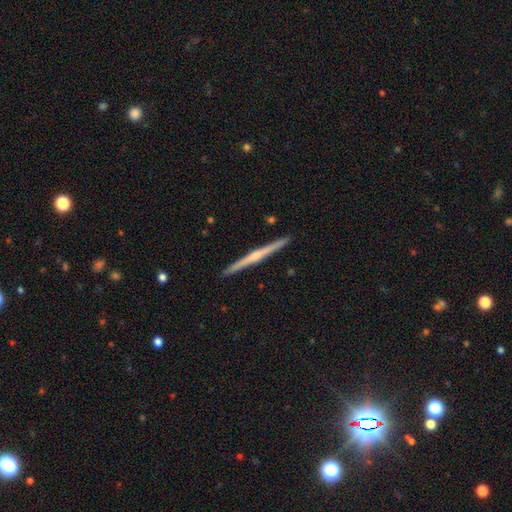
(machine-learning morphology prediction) Overall: featured or disk (76%). Edge-on disk: yes (99%). Edge-on bulge: rounded (68%). Merging: none (93%).